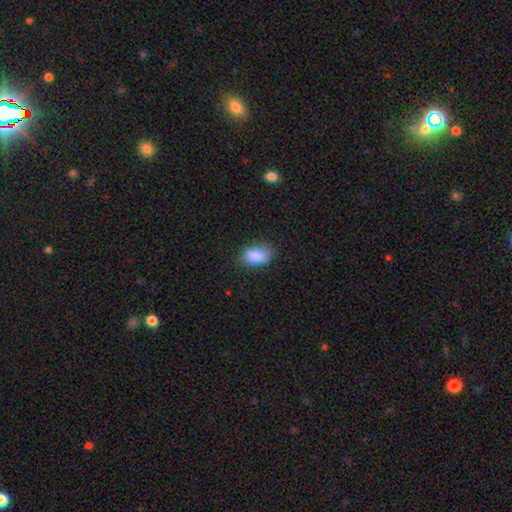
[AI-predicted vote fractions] This appears to be a smooth galaxy with no disk features (88%) that is in between round and cigar-shaped (91%). Merging: none (80%).